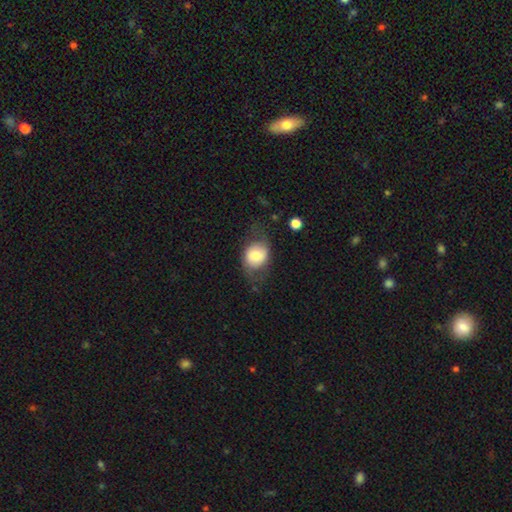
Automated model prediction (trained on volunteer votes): Smooth or featured?
  - smooth: 70% *
  - featured or disk: 23%
  - star or artifact: 8%
How rounded?
  - in between: 53% *
  - round: 45%
  - cigar-shaped: 1%
Merging?
  - none: 55% *
  - minor disturbance: 25%
  - major disturbance: 18%
  - merger: 2%